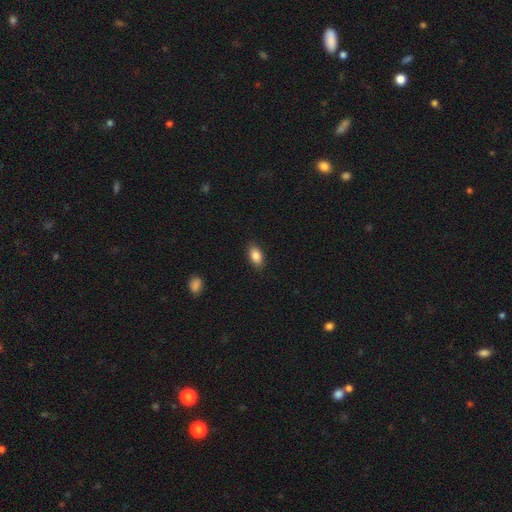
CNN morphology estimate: smooth 86%, star or artifact 7%, featured or disk 6%. Down the decision tree: how rounded — in between (91%); merging — none (88%).